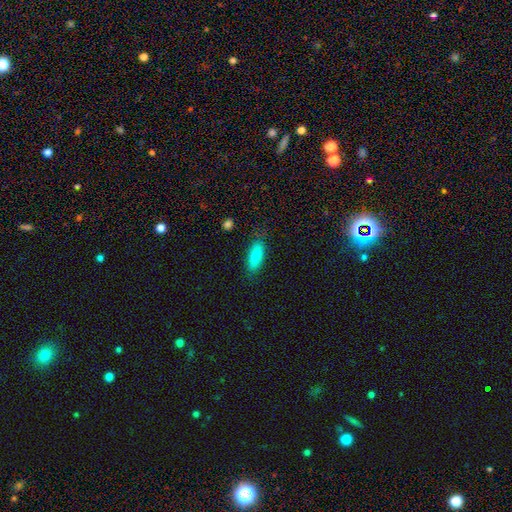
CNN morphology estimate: smooth 85%, featured or disk 9%, star or artifact 7%. Down the decision tree: how rounded — in between (66%); merging — none (83%).